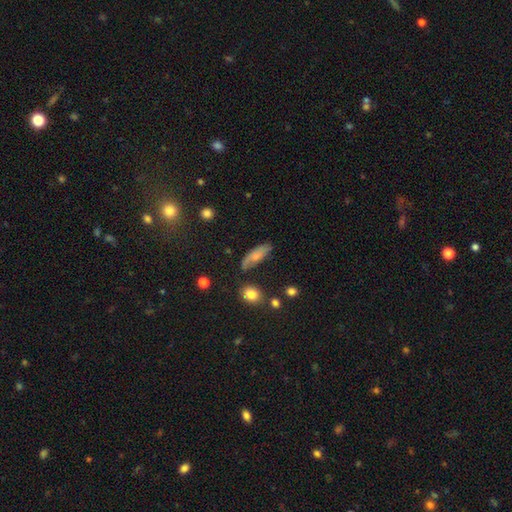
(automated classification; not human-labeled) smooth-or-featured: smooth: 64% | featured or disk: 28% | star or artifact: 8%
  how-rounded: in between: 61% | cigar-shaped: 35% | round: 4%
  merging: none: 59% | minor disturbance: 27% | major disturbance: 10% | merger: 5%